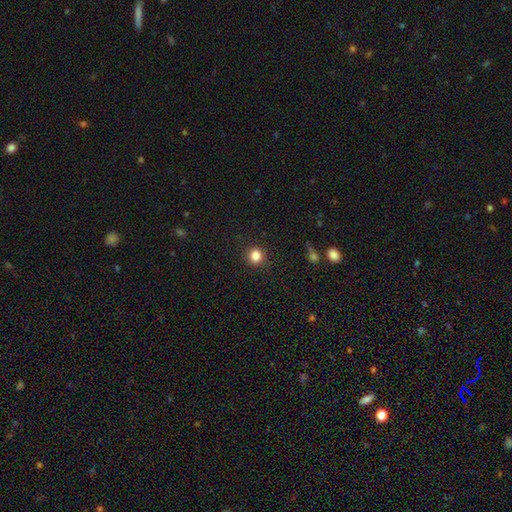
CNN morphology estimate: Smooth or featured? smooth (85%)
How rounded? round (90%)
Merging? none (90%)